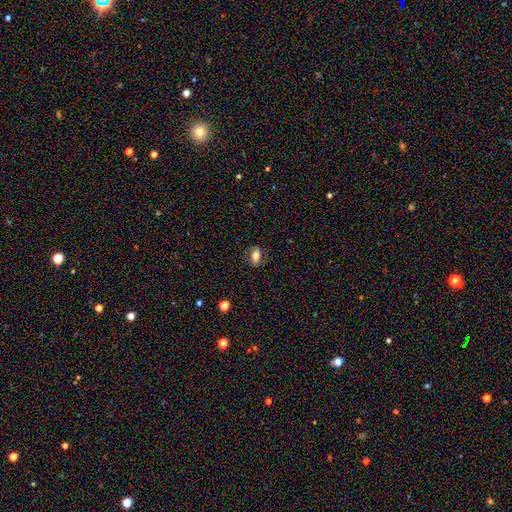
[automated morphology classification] This appears to be a smooth galaxy with no disk features (64%) that is in between round and cigar-shaped (82%). Merging: none (79%).